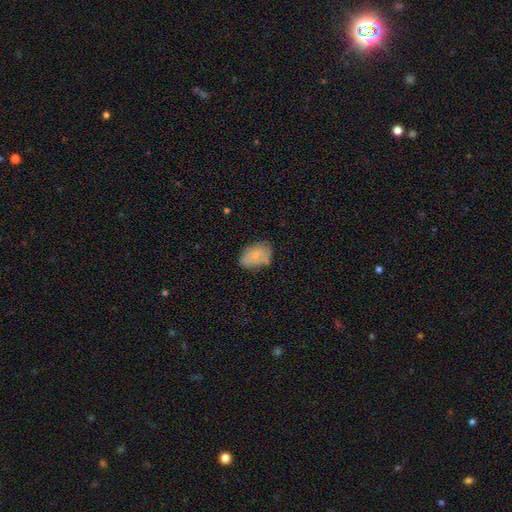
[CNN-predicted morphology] This is likely a smooth galaxy (69%). How rounded: clearly in between (85%). Merging: likely none (61%).